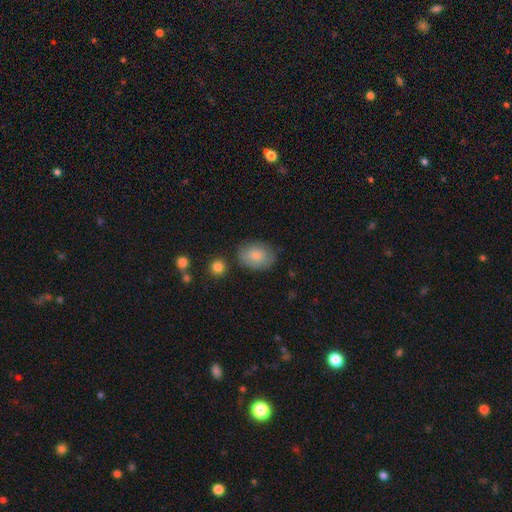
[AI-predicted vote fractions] smooth-or-featured: smooth: 81% | featured or disk: 12% | star or artifact: 7%
  how-rounded: in between: 74% | round: 25% | cigar-shaped: 1%
  merging: none: 73% | minor disturbance: 18% | major disturbance: 5% | merger: 4%